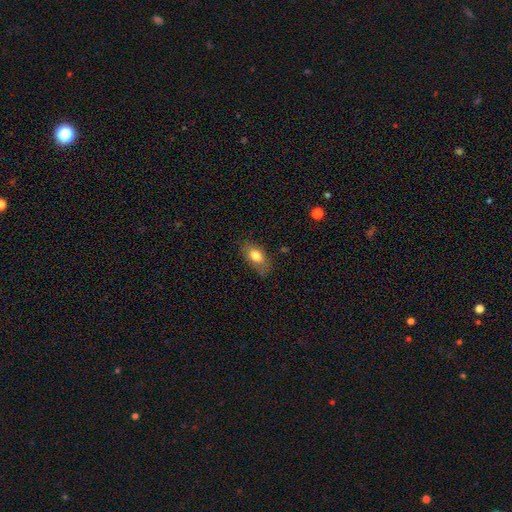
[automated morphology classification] smooth-or-featured: smooth: 77% | featured or disk: 15% | star or artifact: 7%
  how-rounded: in between: 87% | round: 9% | cigar-shaped: 4%
  merging: none: 73% | minor disturbance: 20% | major disturbance: 5% | merger: 2%